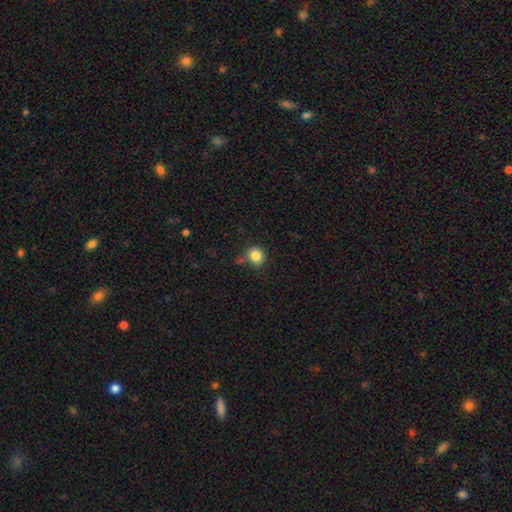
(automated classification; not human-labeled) Smooth or featured? Predicted: smooth (p=0.84). How rounded? Predicted: round (p=0.89). Merging? Predicted: none (p=0.75).